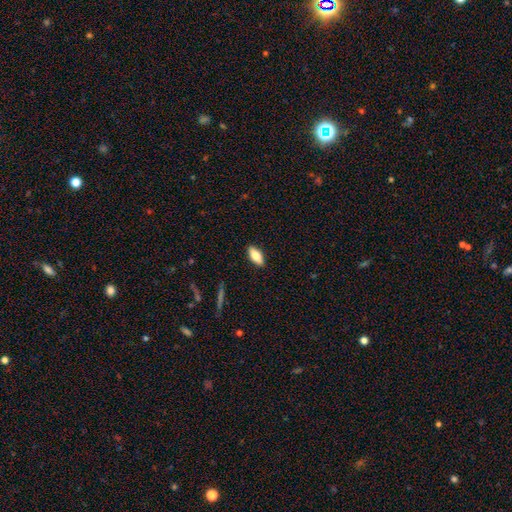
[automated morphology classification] Smooth or featured? Predicted: smooth (p=0.75). How rounded? Predicted: in between (p=0.81). Merging? Predicted: none (p=0.89).